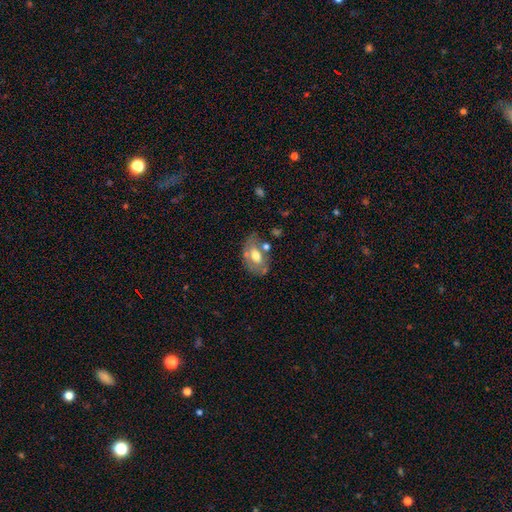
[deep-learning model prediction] Morphology: type=smooth (53%); roundness=in between (86%); merging=none (56%).